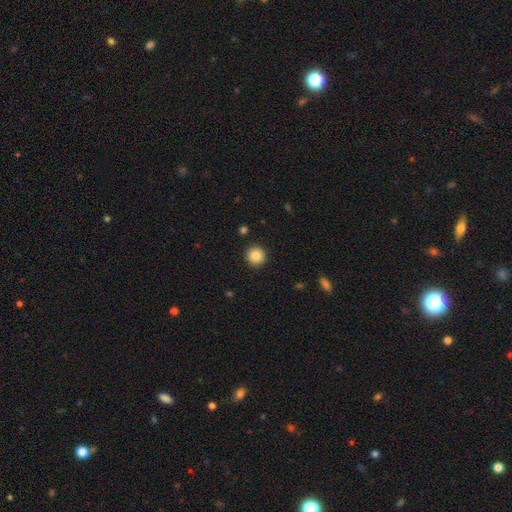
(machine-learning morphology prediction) Overall: smooth (86%). How rounded: round (95%). Merging: none (92%).